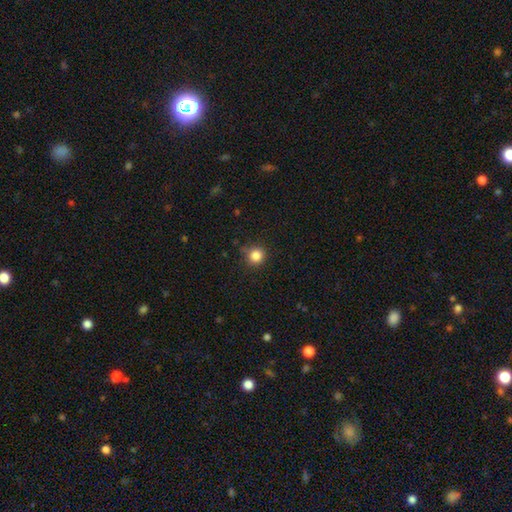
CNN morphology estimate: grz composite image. It shows a smooth galaxy with no disk features (84%) that is round (92%). Merging: none (86%).